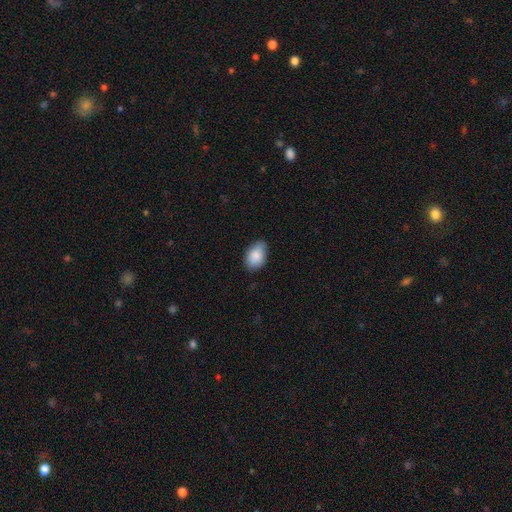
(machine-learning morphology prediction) smooth_or_featured: smooth (p=0.87) [alt: star or artifact p=0.07]
how_rounded: in between (p=0.89) [alt: round p=0.10]
merging: none (p=0.76) [alt: minor disturbance p=0.20]